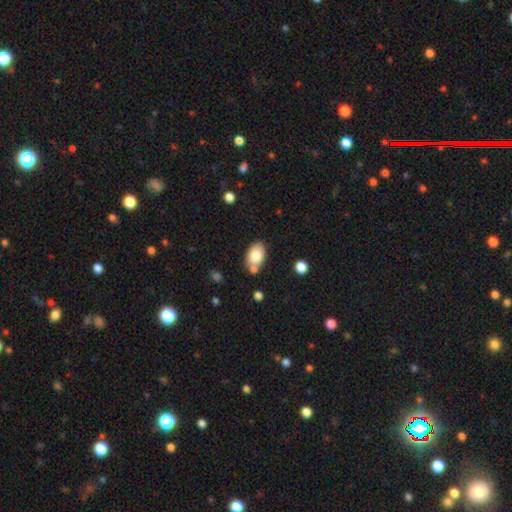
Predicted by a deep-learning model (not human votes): Overall: smooth (82%). How rounded: in between (87%). Merging: none (63%).